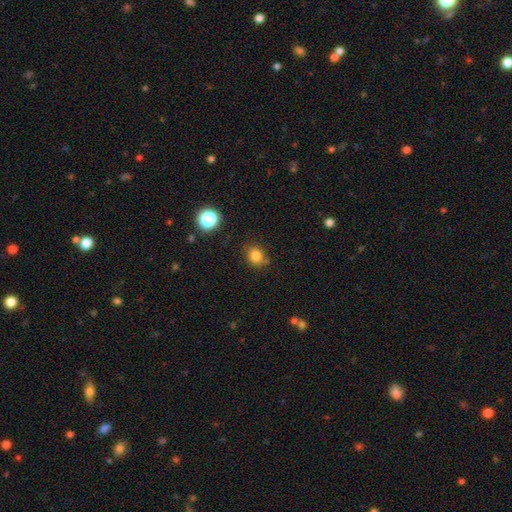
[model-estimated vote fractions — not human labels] Smooth or featured?
  - smooth: 82% *
  - star or artifact: 13%
  - featured or disk: 5%
How rounded?
  - round: 78% *
  - in between: 22%
  - cigar-shaped: 1%
Merging?
  - none: 76% *
  - minor disturbance: 16%
  - merger: 4%
  - major disturbance: 4%